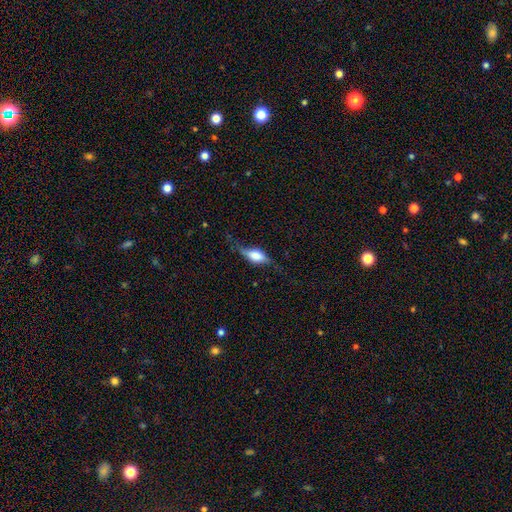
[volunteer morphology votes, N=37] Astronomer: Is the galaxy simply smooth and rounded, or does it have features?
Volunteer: featured or disk — 49% (runner-up: smooth, 46%).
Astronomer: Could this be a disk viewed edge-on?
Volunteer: yes — 78%.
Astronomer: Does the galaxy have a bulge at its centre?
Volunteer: rounded — 86%.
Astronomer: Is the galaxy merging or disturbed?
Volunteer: none — 57%.